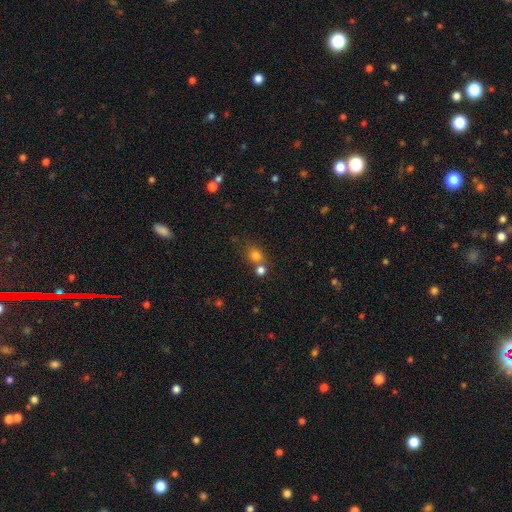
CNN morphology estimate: The model was most divided on "merging": none: 54%, merger: 34%, minor disturbance: 9%, major disturbance: 4%. More confident: smooth or featured — smooth (78%); how rounded — round (71%).